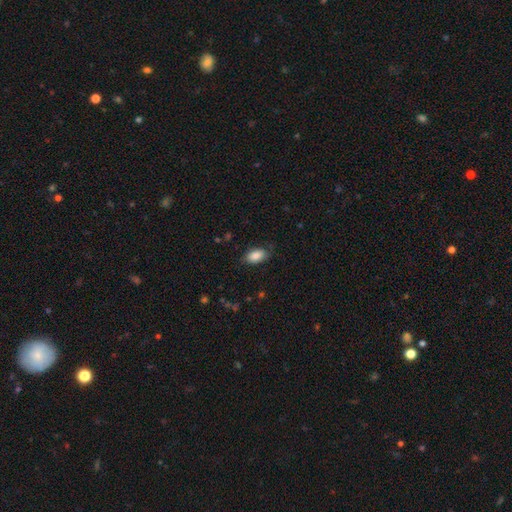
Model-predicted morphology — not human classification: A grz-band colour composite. It shows a smooth galaxy with no disk features (86%) that is in between round and cigar-shaped (92%). Merging: none (78%).